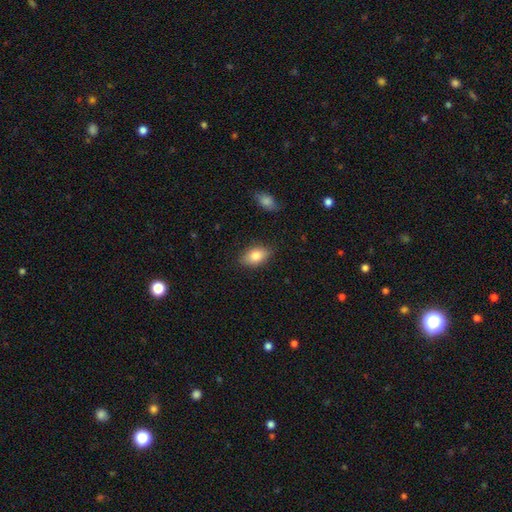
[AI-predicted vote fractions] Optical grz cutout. It shows a smooth galaxy with no disk features (82%) that is in between round and cigar-shaped (90%). Merging: none (84%).